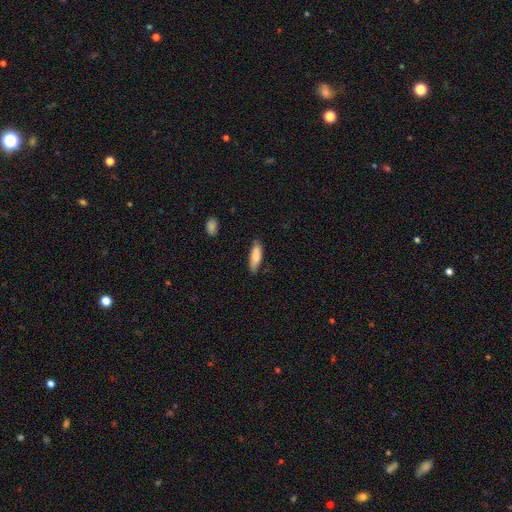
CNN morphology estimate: smooth 85%, featured or disk 9%, star or artifact 6%. Down the decision tree: how rounded — cigar-shaped (50%); merging — none (78%).